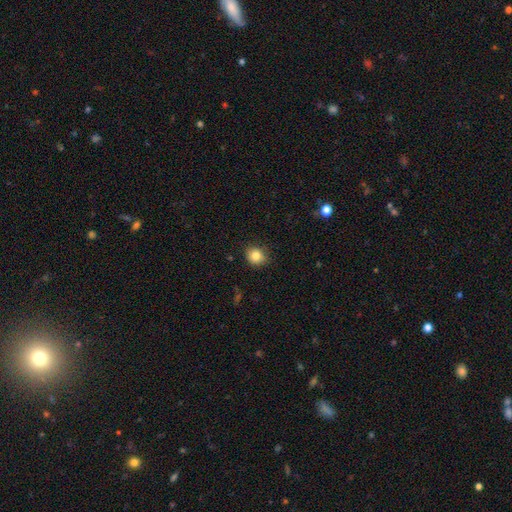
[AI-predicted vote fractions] This appears to be a smooth galaxy with no disk features (83%) that is round (79%). Merging: none (85%).